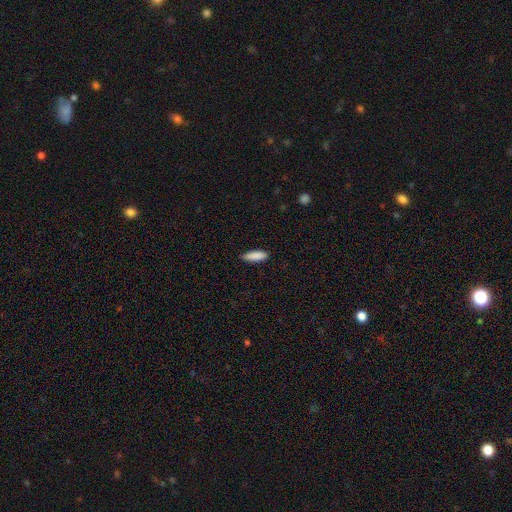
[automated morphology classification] A smooth galaxy with no disk features (88%) that is cigar-shaped (51%).

Vote fractions:
- Smooth or featured? smooth: 88% / star or artifact: 6% / featured or disk: 5%
- How rounded? cigar-shaped: 51% / in between: 47% / round: 2%
- Merging? none: 84% / minor disturbance: 13% / major disturbance: 2% / merger: 1%